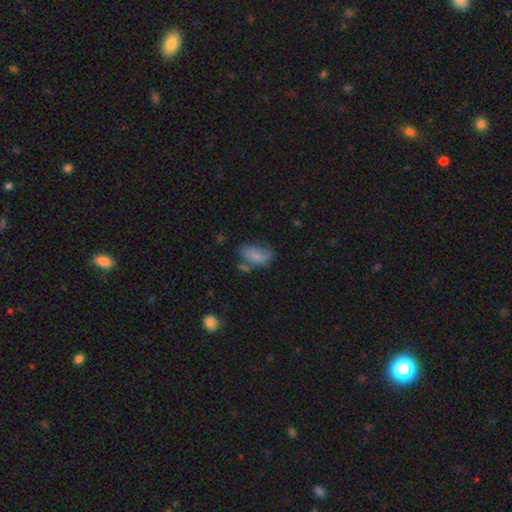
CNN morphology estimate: Overall: smooth (65%). How rounded: in between (89%). Merging: none (35%; minor disturbance 28%).